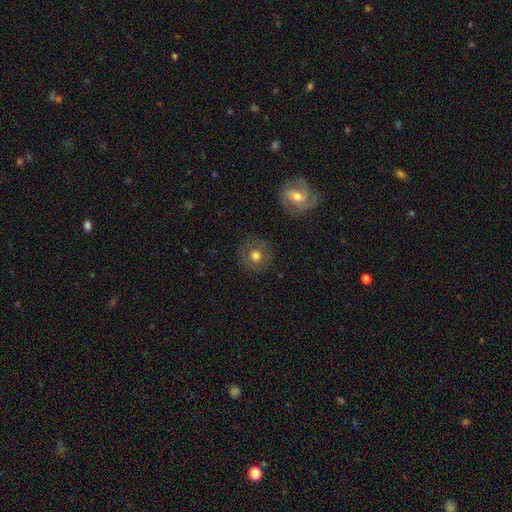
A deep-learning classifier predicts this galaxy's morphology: A smooth galaxy with no disk features (65%) that is round (91%).

Vote fractions:
- Smooth or featured? smooth: 65% / featured or disk: 24% / star or artifact: 11%
- How rounded? round: 91% / in between: 8% / cigar-shaped: 1%
- Merging? none: 86% / minor disturbance: 9% / major disturbance: 4% / merger: 2%